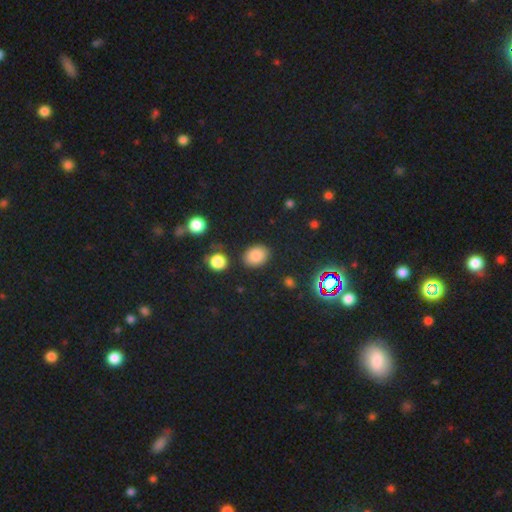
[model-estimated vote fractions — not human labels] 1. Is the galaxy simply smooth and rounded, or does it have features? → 83% smooth, 12% star or artifact, 5% featured or disk.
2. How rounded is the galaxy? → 59% in between, 40% round, 1% cigar-shaped.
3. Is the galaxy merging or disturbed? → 84% none, 10% minor disturbance, 3% merger, 3% major disturbance.